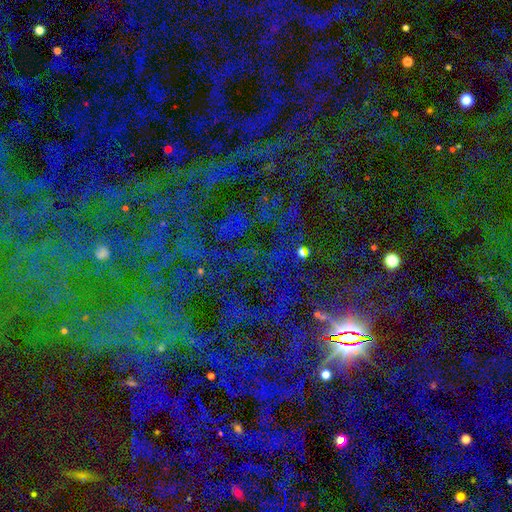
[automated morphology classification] type=star or artifact (82%).